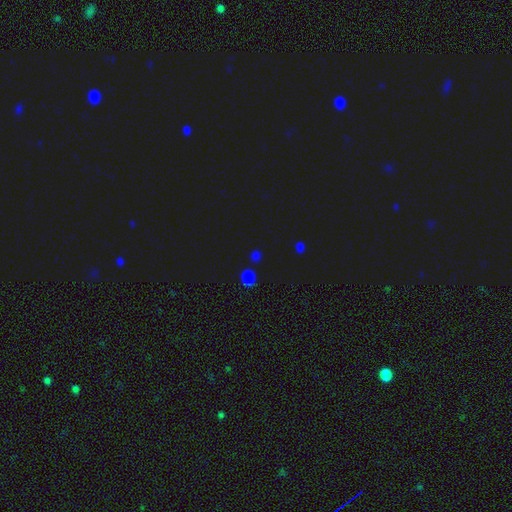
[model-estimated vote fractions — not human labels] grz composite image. It shows a smooth galaxy with no disk features (57%) that is round (80%). Merging: none (78%).